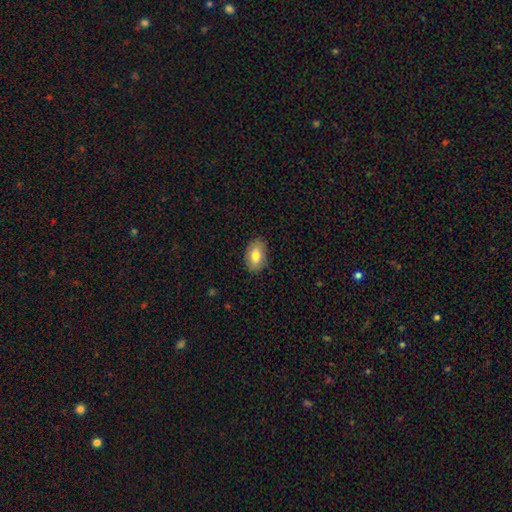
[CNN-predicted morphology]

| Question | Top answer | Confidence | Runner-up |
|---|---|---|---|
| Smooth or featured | smooth | 79% | featured or disk (14%) |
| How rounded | in between | 90% | round (9%) |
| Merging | none | 84% | minor disturbance (12%) |